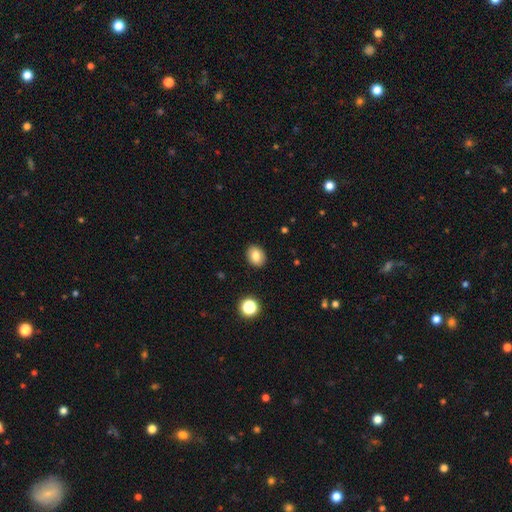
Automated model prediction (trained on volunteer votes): Smooth or featured?
  - smooth: 82% *
  - star or artifact: 10%
  - featured or disk: 8%
How rounded?
  - in between: 56% *
  - round: 43%
  - cigar-shaped: 1%
Merging?
  - none: 90% *
  - minor disturbance: 7%
  - major disturbance: 2%
  - merger: 1%